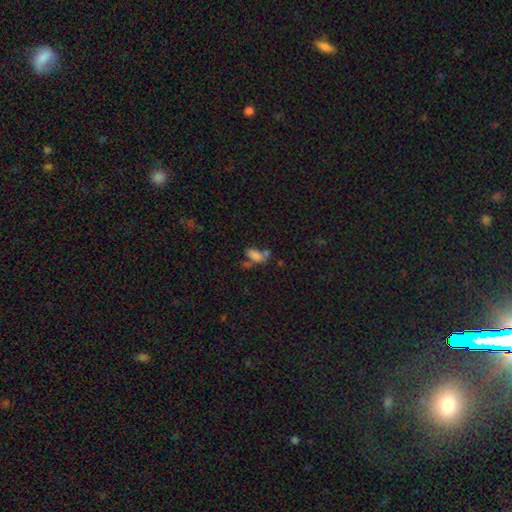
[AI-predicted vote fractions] A smooth galaxy with no disk features (74%) that is in between round and cigar-shaped (85%).

Vote fractions:
- Smooth or featured? smooth: 74% / star or artifact: 14% / featured or disk: 12%
- How rounded? in between: 85% / cigar-shaped: 10% / round: 5%
- Merging? none: 37% / merger: 36% / minor disturbance: 17% / major disturbance: 10%